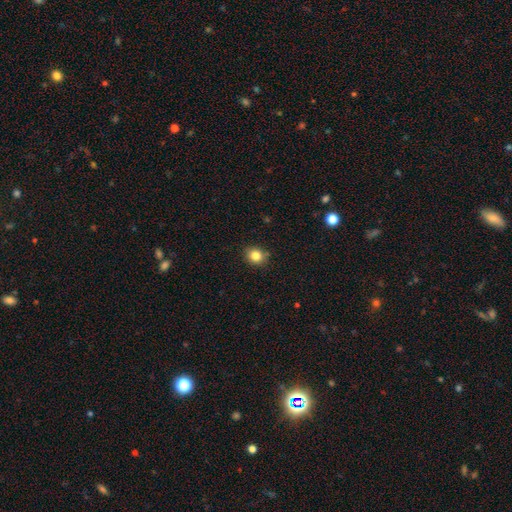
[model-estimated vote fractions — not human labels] Smooth or featured: smooth — 83% (star or artifact — 11%)
How rounded: round — 74% (in between — 26%)
Merging: none — 86% (minor disturbance — 10%)